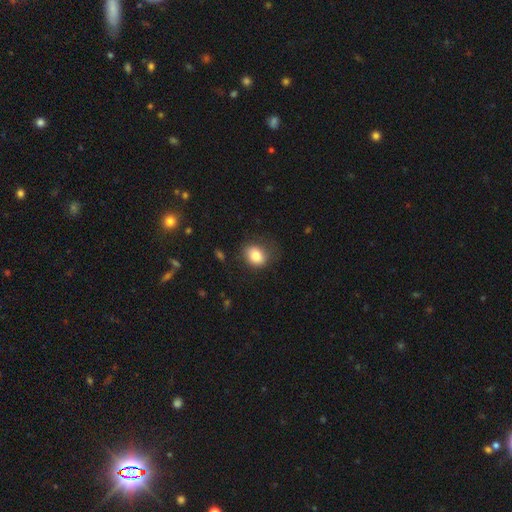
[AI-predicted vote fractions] smooth_or_featured: smooth (p=0.81) [alt: featured or disk p=0.10]
how_rounded: round (p=0.53) [alt: in between p=0.46]
merging: none (p=0.73) [alt: minor disturbance p=0.19]